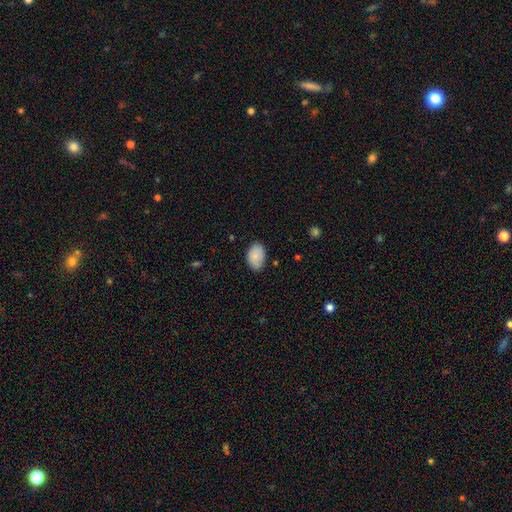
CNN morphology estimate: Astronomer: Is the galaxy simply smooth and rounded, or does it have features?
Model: smooth — 85%.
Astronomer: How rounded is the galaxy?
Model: in between — 90%.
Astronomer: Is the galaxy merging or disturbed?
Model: none — 76%.